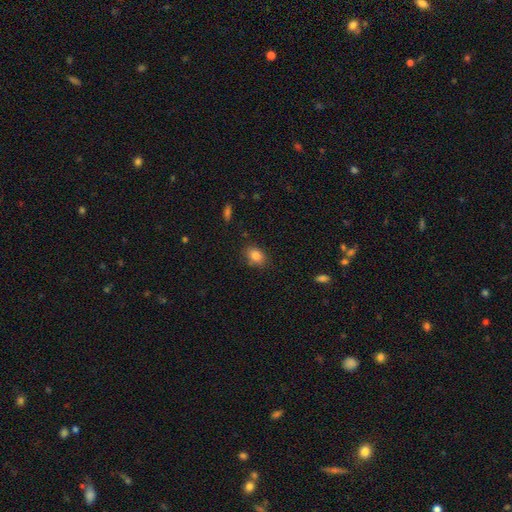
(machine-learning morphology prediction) Q: Smooth or featured?
A: smooth (83%); runner-up: star or artifact (10%)
Q: How rounded?
A: in between (71%); runner-up: round (27%)
Q: Merging?
A: none (81%); runner-up: minor disturbance (14%)